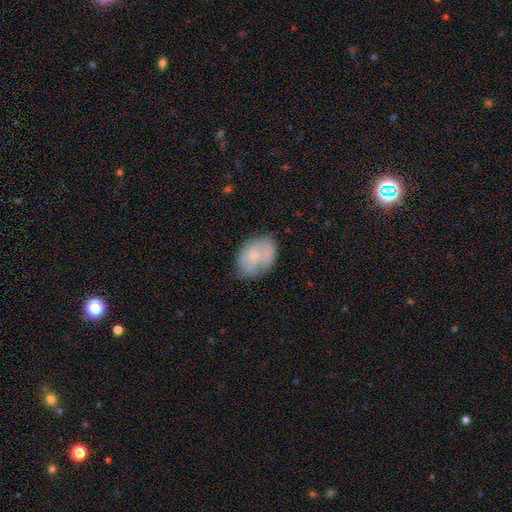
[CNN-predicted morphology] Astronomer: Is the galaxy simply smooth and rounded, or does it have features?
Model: smooth — 52% (runner-up: featured or disk, 41%).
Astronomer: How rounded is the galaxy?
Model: in between — 73%.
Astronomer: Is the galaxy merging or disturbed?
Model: none — 62%.